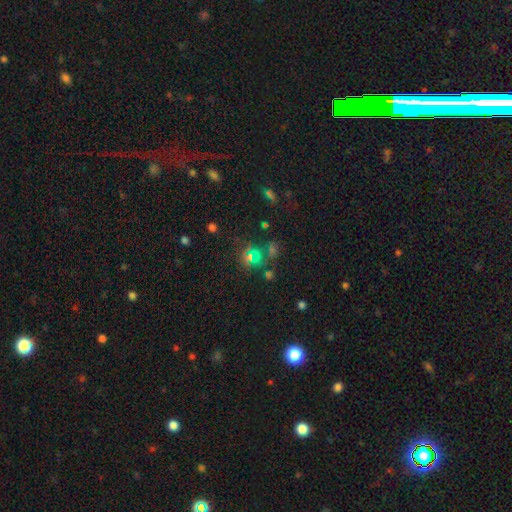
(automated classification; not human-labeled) Overall: star or artifact (45%; smooth 42%).